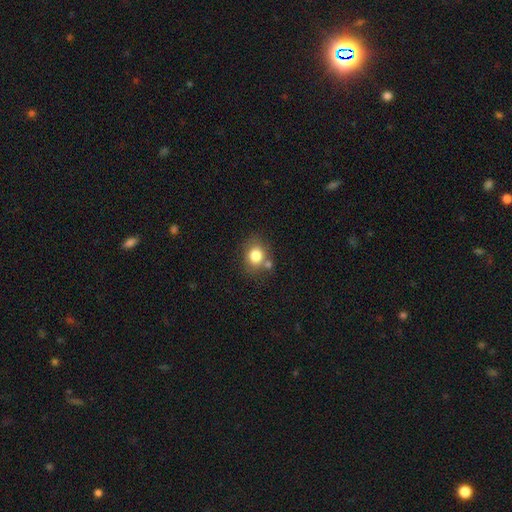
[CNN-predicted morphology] A smooth galaxy with no disk features (80%) that is round (61%).

Vote fractions:
- Smooth or featured? smooth: 80% / star or artifact: 10% / featured or disk: 10%
- How rounded? round: 61% / in between: 38% / cigar-shaped: 1%
- Merging? none: 63% / merger: 17% / minor disturbance: 15% / major disturbance: 5%